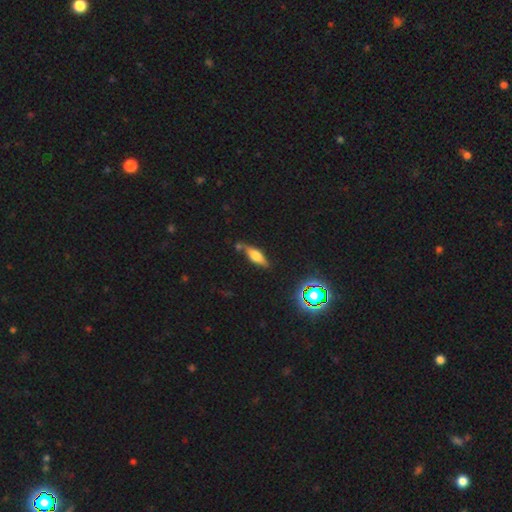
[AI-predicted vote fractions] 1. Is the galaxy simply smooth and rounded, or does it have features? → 44% smooth, 43% featured or disk, 13% star or artifact.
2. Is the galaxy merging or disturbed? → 71% none, 18% minor disturbance, 7% merger, 5% major disturbance.